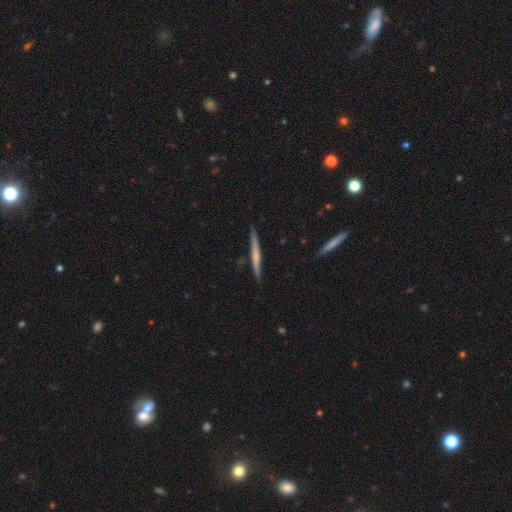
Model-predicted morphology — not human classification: Smooth or featured: smooth — 49% (featured or disk — 46%)
Merging: none — 88% (minor disturbance — 9%)